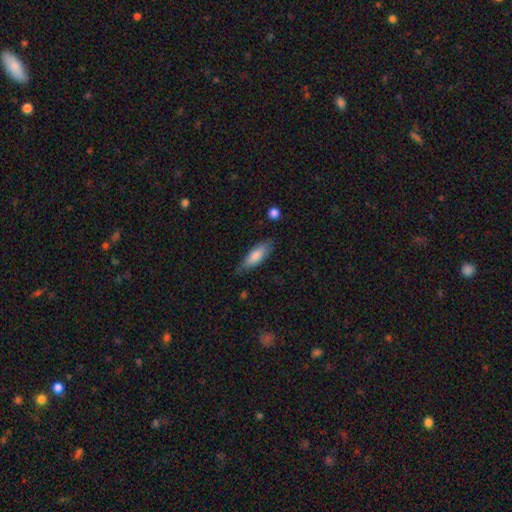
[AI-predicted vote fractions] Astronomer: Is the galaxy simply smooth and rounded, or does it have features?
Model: smooth — 79%.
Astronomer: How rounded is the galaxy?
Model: in between — 59% (runner-up: cigar-shaped, 39%).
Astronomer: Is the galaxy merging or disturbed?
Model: none — 76%.